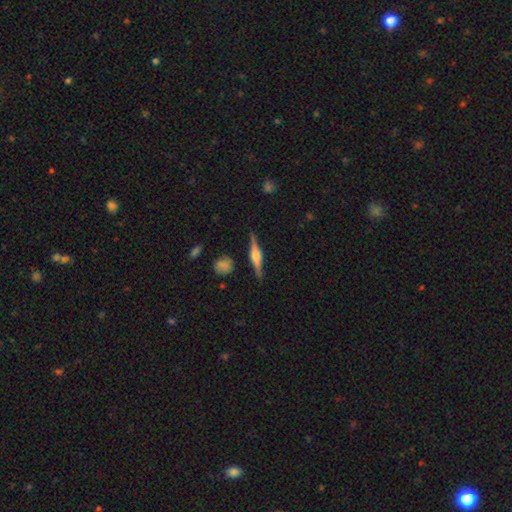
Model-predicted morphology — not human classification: This is likely a featured or disk galaxy (79%). It is clearly viewed edge-on (98%). Edge-on bulge: likely rounded (75%). Merging: clearly none (87%).